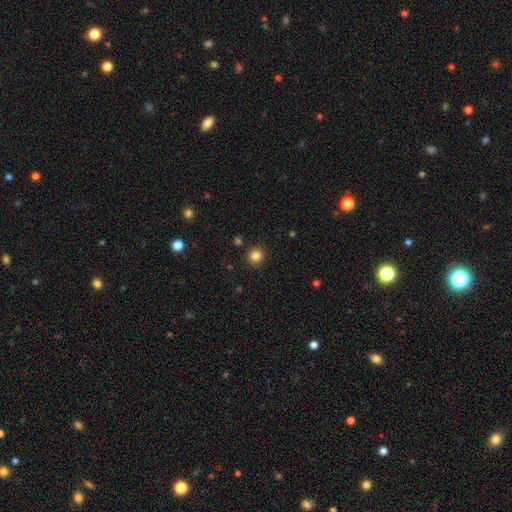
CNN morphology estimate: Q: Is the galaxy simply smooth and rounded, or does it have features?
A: smooth — 83%.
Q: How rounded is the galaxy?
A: round — 94%.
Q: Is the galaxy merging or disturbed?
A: none — 91%.